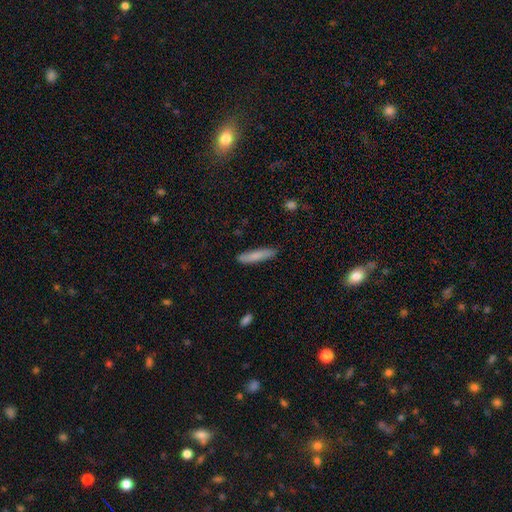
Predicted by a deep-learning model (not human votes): smooth_or_featured: smooth (p=0.80) [alt: featured or disk p=0.14]
how_rounded: cigar-shaped (p=0.84) [alt: in between p=0.15]
merging: none (p=0.85) [alt: minor disturbance p=0.12]